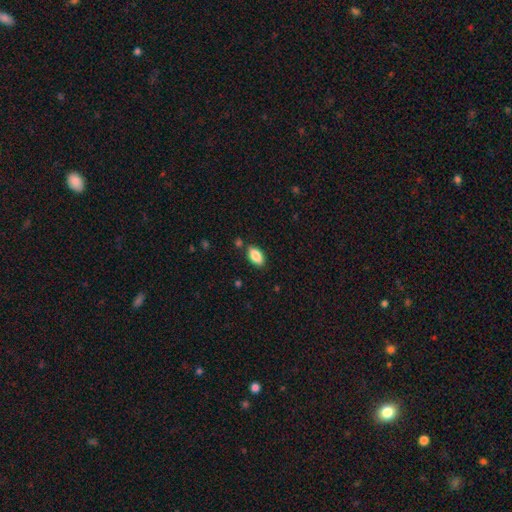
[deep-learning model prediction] A smooth galaxy with no disk features (87%) that is in between round and cigar-shaped (93%).

Vote fractions:
- Smooth or featured? smooth: 87% / star or artifact: 7% / featured or disk: 6%
- How rounded? in between: 93% / cigar-shaped: 4% / round: 3%
- Merging? none: 83% / minor disturbance: 11% / merger: 3% / major disturbance: 2%